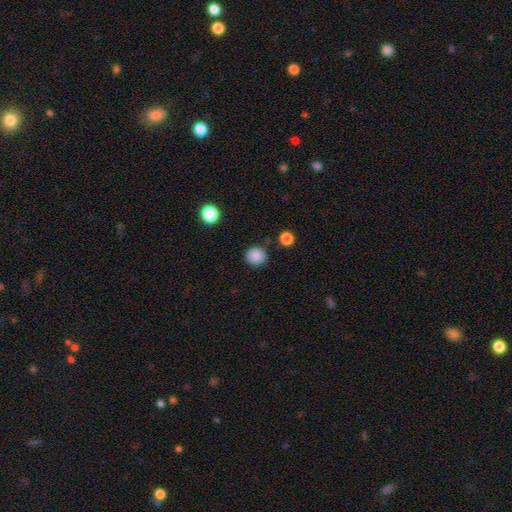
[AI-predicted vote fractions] Smooth or featured?
  - smooth: 87% *
  - star or artifact: 10%
  - featured or disk: 3%
How rounded?
  - round: 83% *
  - in between: 16%
  - cigar-shaped: 1%
Merging?
  - none: 86% *
  - minor disturbance: 9%
  - major disturbance: 3%
  - merger: 2%